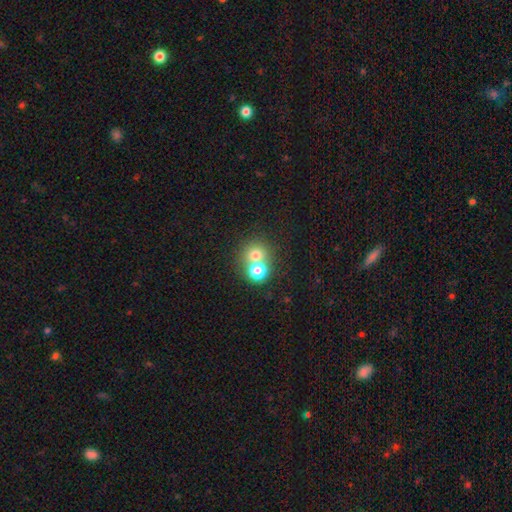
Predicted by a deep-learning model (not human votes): This is likely a smooth galaxy (72%). How rounded: clearly round (83%). Merging: possibly merger (60%).